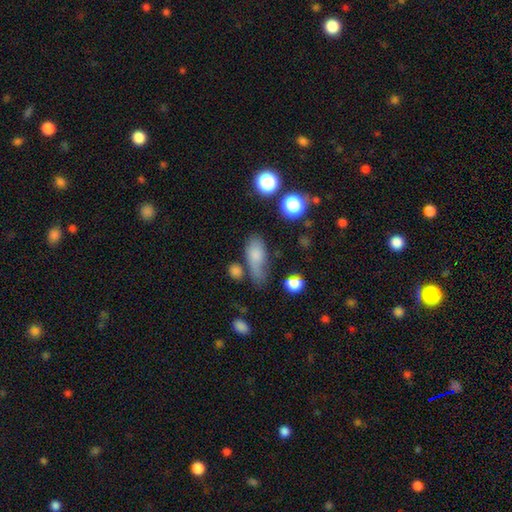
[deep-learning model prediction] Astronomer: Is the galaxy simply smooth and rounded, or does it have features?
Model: smooth — 74%.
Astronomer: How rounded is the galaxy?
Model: in between — 78%.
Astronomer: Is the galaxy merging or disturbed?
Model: none — 38% (runner-up: minor disturbance, 30%).